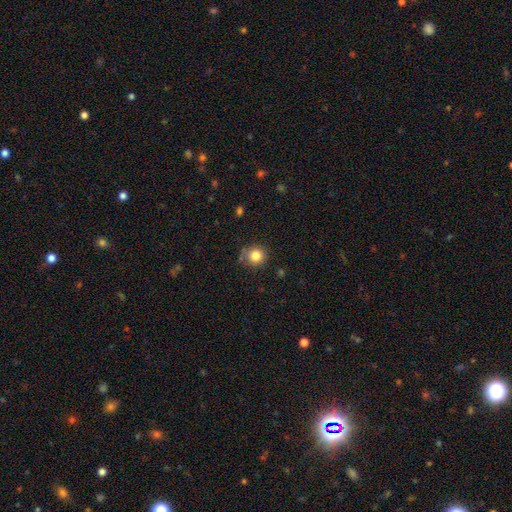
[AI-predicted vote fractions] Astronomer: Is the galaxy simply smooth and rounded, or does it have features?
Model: smooth — 82%.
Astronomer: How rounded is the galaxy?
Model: round — 92%.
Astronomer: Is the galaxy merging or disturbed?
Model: none — 78%.